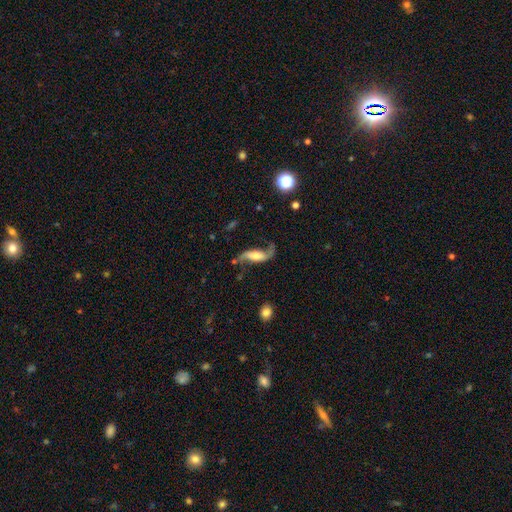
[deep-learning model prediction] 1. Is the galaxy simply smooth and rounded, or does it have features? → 80% featured or disk, 14% smooth, 6% star or artifact.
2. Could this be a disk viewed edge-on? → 90% no, 10% yes.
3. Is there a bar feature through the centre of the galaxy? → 41% no, 32% weak, 27% strong.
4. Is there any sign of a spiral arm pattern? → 94% yes, 6% no.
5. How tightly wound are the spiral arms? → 85% loose, 11% medium, 3% tight.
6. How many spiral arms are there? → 91% 2, 4% 1, 2% can't tell, 1% 3, 1% 4, 1% more than 4.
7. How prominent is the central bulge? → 36% moderate, 35% small, 14% large, 11% none, 4% dominant.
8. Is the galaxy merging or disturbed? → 63% none, 19% minor disturbance, 14% major disturbance, 4% merger.